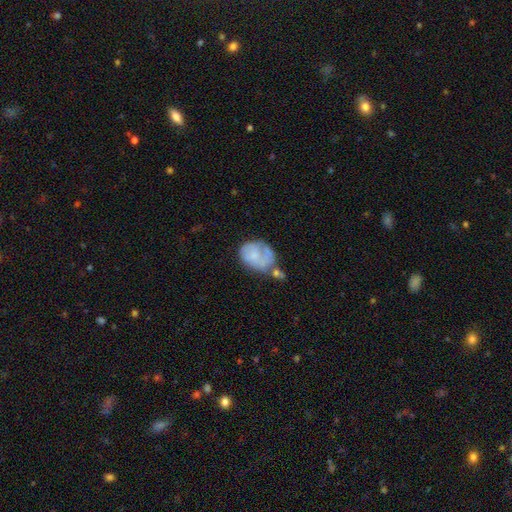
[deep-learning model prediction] Q: Smooth or featured?
A: smooth (48%); runner-up: featured or disk (44%)
Q: Merging?
A: none (35%); runner-up: minor disturbance (28%)